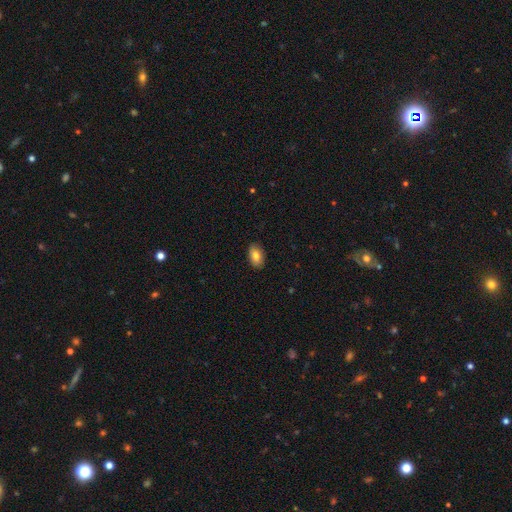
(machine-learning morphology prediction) Overall: smooth (82%). How rounded: in between (92%). Merging: none (88%).